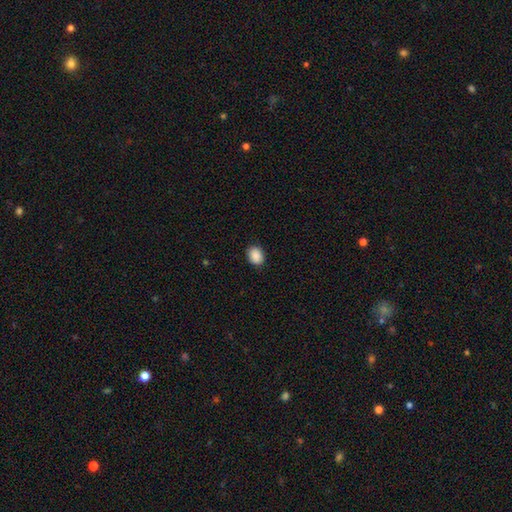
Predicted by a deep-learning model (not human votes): Smooth or featured? Predicted: smooth (p=0.89). How rounded? Predicted: in between (p=0.63). Merging? Predicted: none (p=0.88).